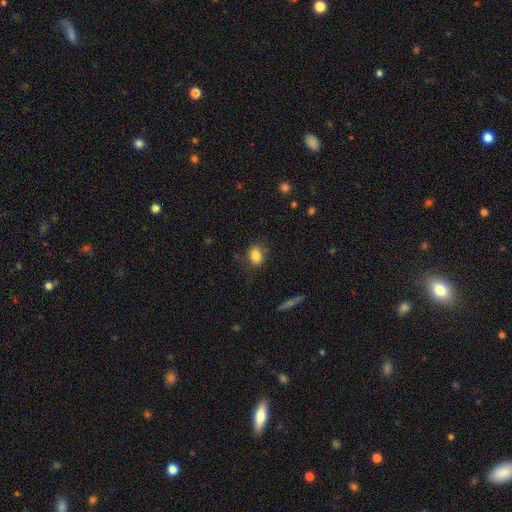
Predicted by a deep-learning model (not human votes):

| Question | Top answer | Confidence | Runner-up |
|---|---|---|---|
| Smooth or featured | smooth | 81% | featured or disk (10%) |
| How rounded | in between | 61% | round (37%) |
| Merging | none | 76% | minor disturbance (17%) |